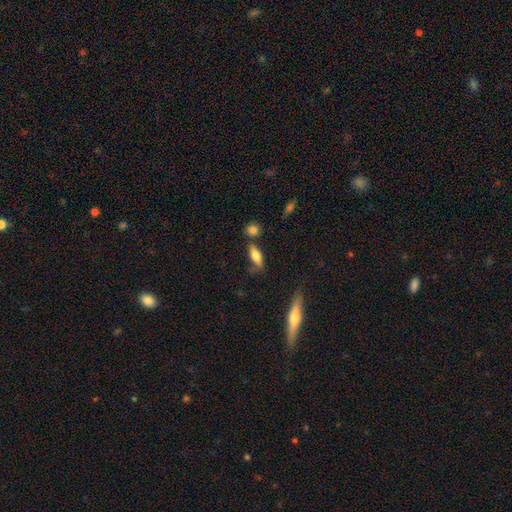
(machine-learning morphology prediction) The model was most divided on "how rounded": in between: 62%, cigar-shaped: 35%, round: 3%. More confident: smooth or featured — smooth (71%); merging — none (59%).